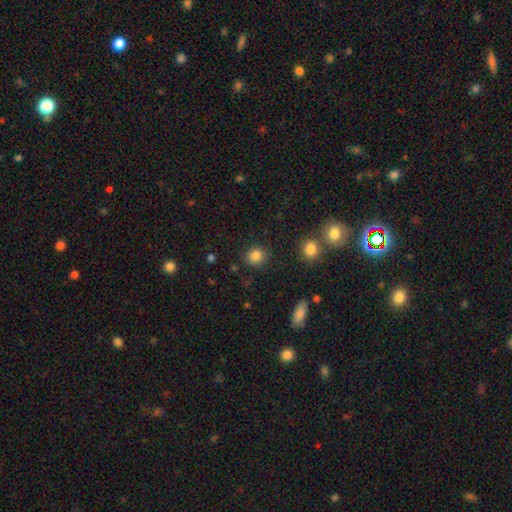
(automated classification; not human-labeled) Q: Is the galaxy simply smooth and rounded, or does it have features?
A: smooth — 84%.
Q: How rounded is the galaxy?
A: round — 84%.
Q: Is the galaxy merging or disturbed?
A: none — 88%.